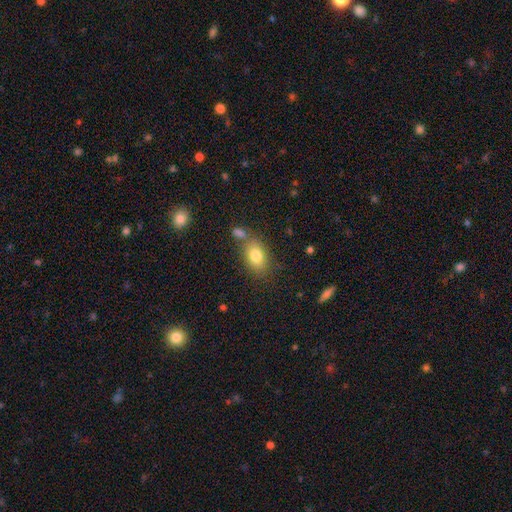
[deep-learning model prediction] This appears to be a smooth galaxy with no disk features (80%) that is in between round and cigar-shaped (83%). Merging: none (64%).